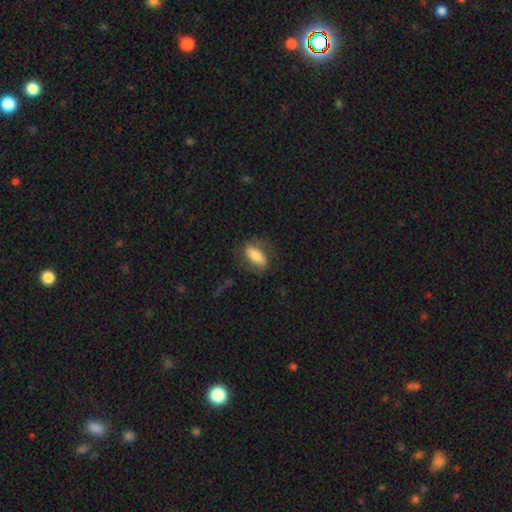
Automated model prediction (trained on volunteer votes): Smooth or featured?
  - smooth: 66% *
  - featured or disk: 28%
  - star or artifact: 7%
How rounded?
  - in between: 81% *
  - cigar-shaped: 14%
  - round: 4%
Merging?
  - none: 65% *
  - minor disturbance: 20%
  - major disturbance: 14%
  - merger: 2%